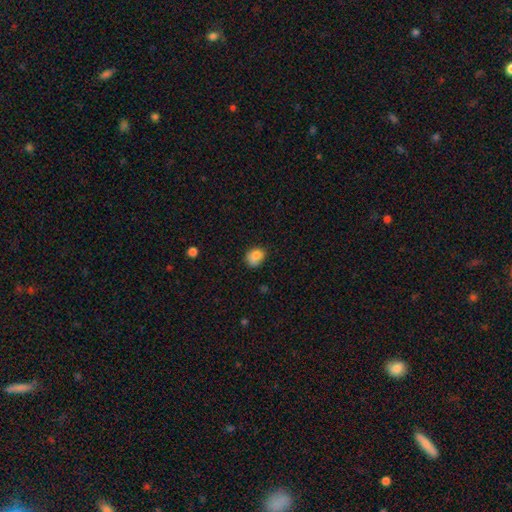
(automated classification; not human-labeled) smooth_or_featured: smooth (p=0.84) [alt: star or artifact p=0.10]
how_rounded: in between (p=0.60) [alt: round p=0.39]
merging: none (p=0.59) [alt: minor disturbance p=0.30]